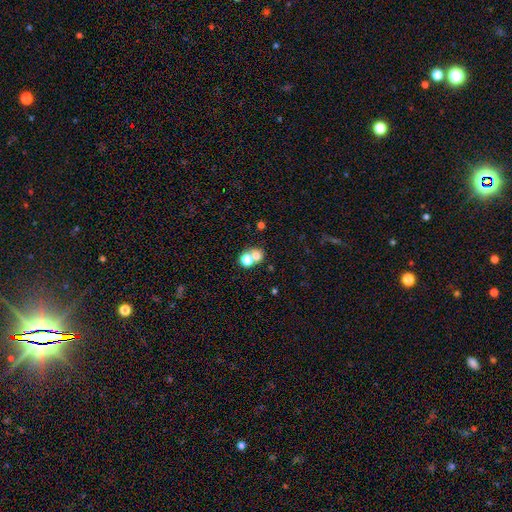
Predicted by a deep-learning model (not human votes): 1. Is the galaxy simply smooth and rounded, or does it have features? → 71% smooth, 14% featured or disk, 14% star or artifact.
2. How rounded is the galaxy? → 75% round, 24% in between, 1% cigar-shaped.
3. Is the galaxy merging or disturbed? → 54% merger, 36% none, 6% minor disturbance, 4% major disturbance.